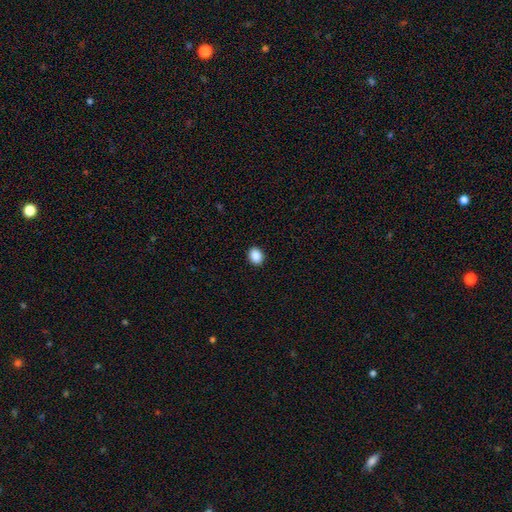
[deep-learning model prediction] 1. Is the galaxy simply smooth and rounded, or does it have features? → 89% smooth, 8% star or artifact, 3% featured or disk.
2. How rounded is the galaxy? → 53% in between, 47% round, 1% cigar-shaped.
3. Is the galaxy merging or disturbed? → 92% none, 6% minor disturbance, 2% major disturbance, 1% merger.